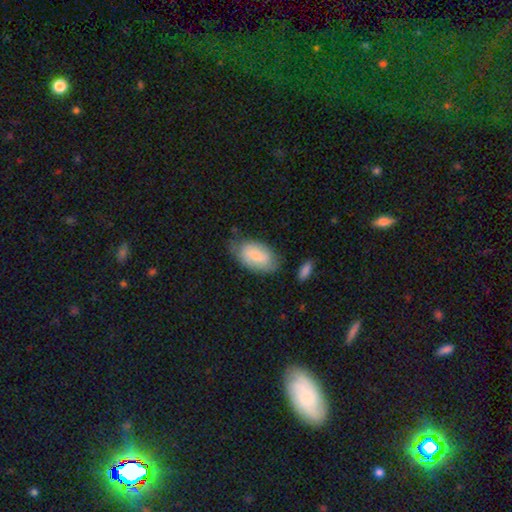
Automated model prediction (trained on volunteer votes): A smooth galaxy with no disk features (71%) that is in between round and cigar-shaped (93%). Merging: none (63%).